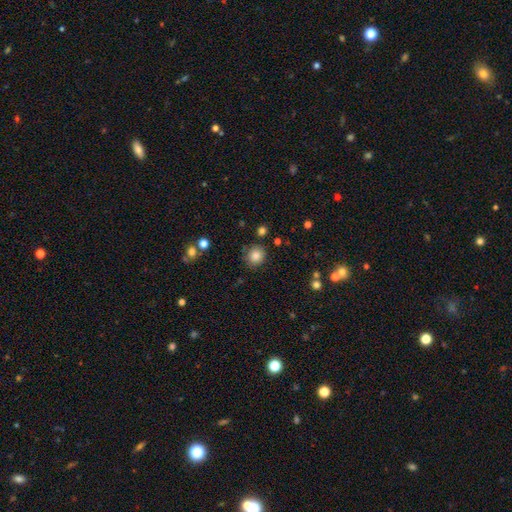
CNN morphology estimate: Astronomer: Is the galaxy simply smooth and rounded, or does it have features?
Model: smooth — 84%.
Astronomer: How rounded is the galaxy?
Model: round — 88%.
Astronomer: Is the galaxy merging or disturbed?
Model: none — 83%.